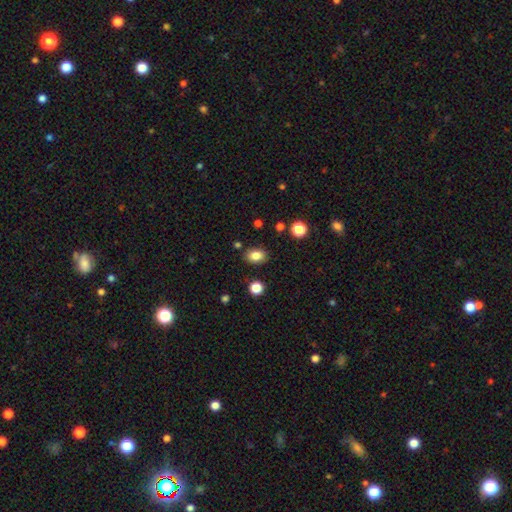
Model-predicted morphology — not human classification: A smooth galaxy with no disk features (84%) that is in between round and cigar-shaped (74%). Merging: none (86%).